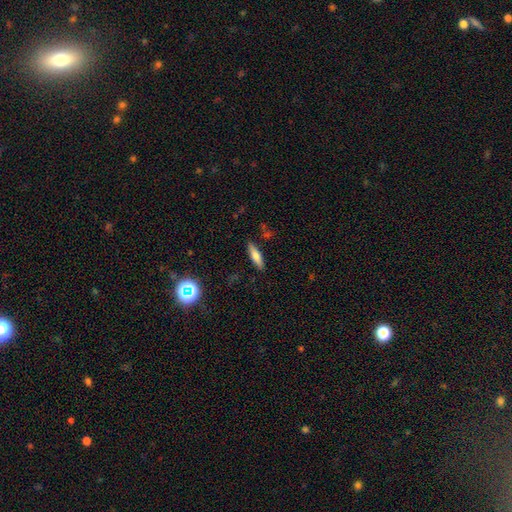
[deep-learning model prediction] Smooth or featured? Predicted: smooth (p=0.65). How rounded? Predicted: cigar-shaped (p=0.63). Merging? Predicted: none (p=0.86).